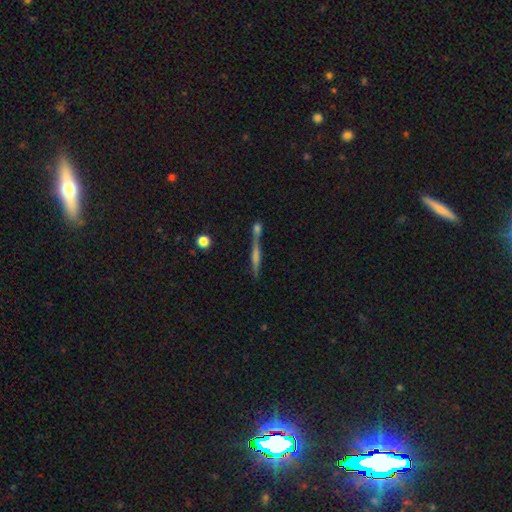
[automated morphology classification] Smooth or featured? Predicted: featured or disk (p=0.56). Edge-on disk? Predicted: yes (p=0.91). Edge-on bulge? Predicted: rounded (p=0.65). Merging? Predicted: none (p=0.71).